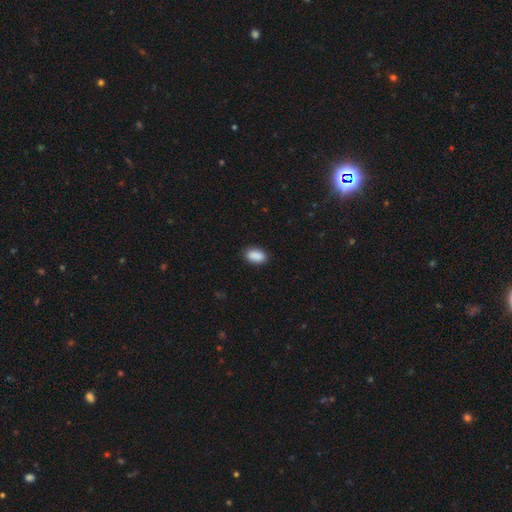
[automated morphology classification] A smooth galaxy with no disk features (90%) that is in between round and cigar-shaped (91%).

Vote fractions:
- Smooth or featured? smooth: 90% / star or artifact: 7% / featured or disk: 3%
- How rounded? in between: 91% / round: 7% / cigar-shaped: 2%
- Merging? none: 87% / minor disturbance: 10% / major disturbance: 2% / merger: 1%